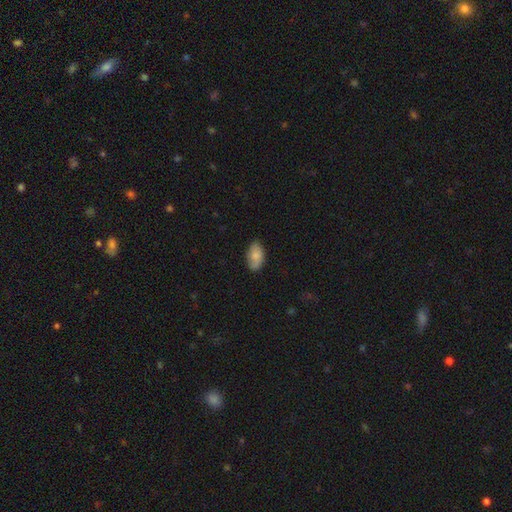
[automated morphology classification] Smooth or featured? Predicted: smooth (p=0.80). How rounded? Predicted: in between (p=0.93). Merging? Predicted: none (p=0.74).